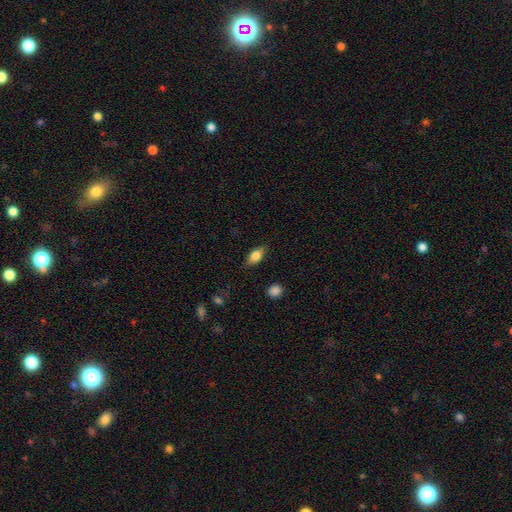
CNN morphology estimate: The model was most divided on "smooth or featured": smooth: 76%, featured or disk: 17%, star or artifact: 8%. More confident: how rounded — in between (84%); merging — none (83%).